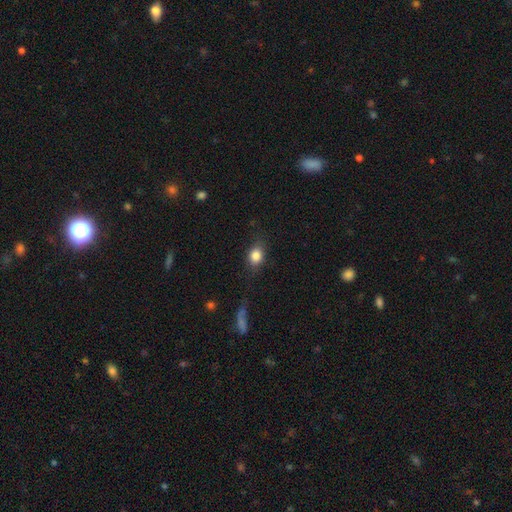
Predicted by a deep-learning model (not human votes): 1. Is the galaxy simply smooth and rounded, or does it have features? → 82% smooth, 9% star or artifact, 8% featured or disk.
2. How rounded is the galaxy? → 57% in between, 40% round, 2% cigar-shaped.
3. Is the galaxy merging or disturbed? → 77% none, 15% minor disturbance, 6% major disturbance, 2% merger.